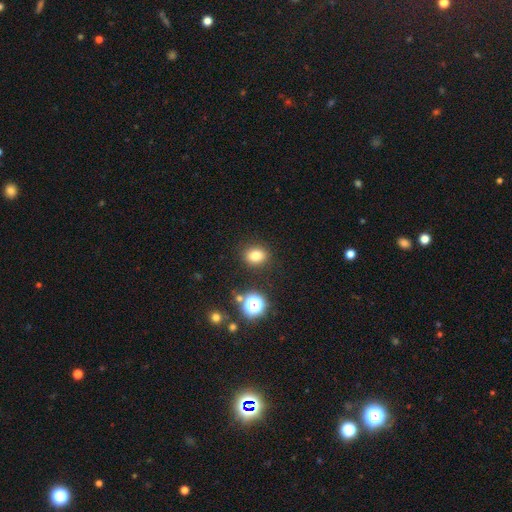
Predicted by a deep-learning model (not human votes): Smooth or featured?
  - smooth: 78% *
  - star or artifact: 15%
  - featured or disk: 7%
How rounded?
  - round: 59% *
  - in between: 40%
  - cigar-shaped: 1%
Merging?
  - none: 87% *
  - minor disturbance: 8%
  - major disturbance: 3%
  - merger: 2%